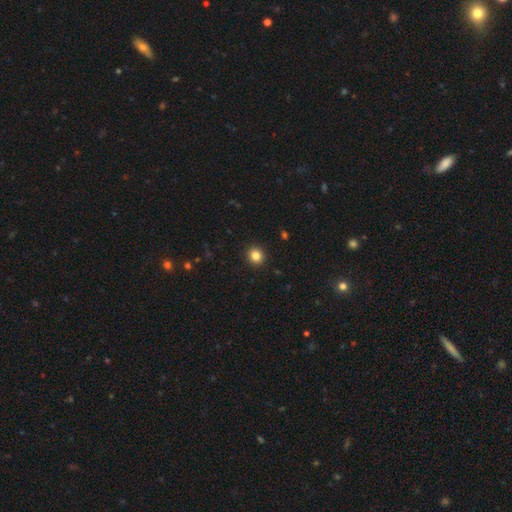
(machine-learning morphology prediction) Smooth or featured: smooth — 84% (star or artifact — 11%)
How rounded: round — 87% (in between — 12%)
Merging: none — 92% (minor disturbance — 5%)